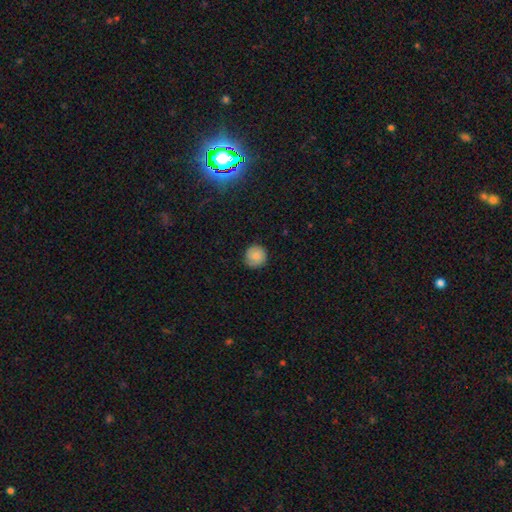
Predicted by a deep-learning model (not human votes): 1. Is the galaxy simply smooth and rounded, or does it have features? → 83% smooth, 9% featured or disk, 8% star or artifact.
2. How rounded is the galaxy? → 94% round, 5% in between, 1% cigar-shaped.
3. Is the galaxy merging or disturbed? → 86% none, 11% minor disturbance, 2% major disturbance, 1% merger.